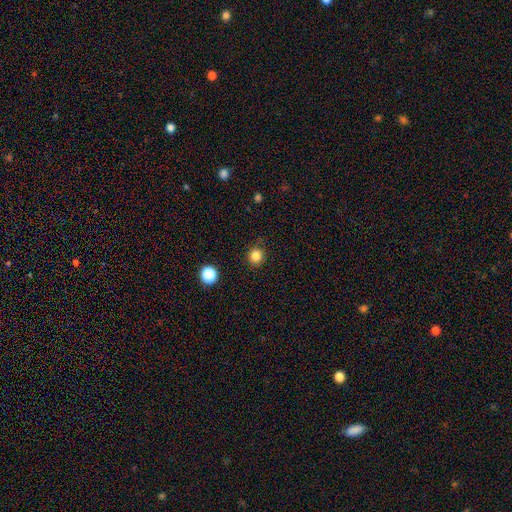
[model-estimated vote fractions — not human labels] Smooth or featured?
  - smooth: 84% *
  - star or artifact: 12%
  - featured or disk: 4%
How rounded?
  - round: 92% *
  - in between: 7%
  - cigar-shaped: 1%
Merging?
  - none: 85% *
  - minor disturbance: 10%
  - major disturbance: 3%
  - merger: 2%